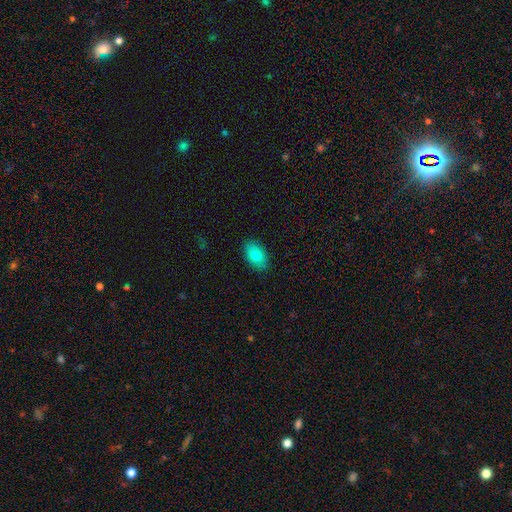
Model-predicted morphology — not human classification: A smooth galaxy with no disk features (83%) that is in between round and cigar-shaped (92%). Merging: none (88%).